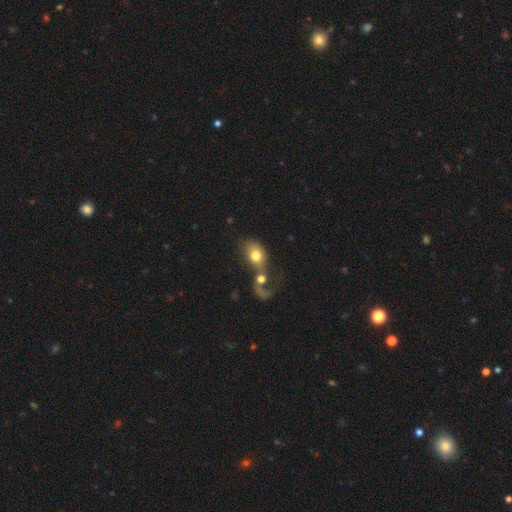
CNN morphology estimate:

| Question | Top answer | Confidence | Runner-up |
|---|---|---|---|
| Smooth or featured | smooth | 67% | featured or disk (25%) |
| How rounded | in between | 66% | round (32%) |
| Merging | merger | 60% | major disturbance (19%) |